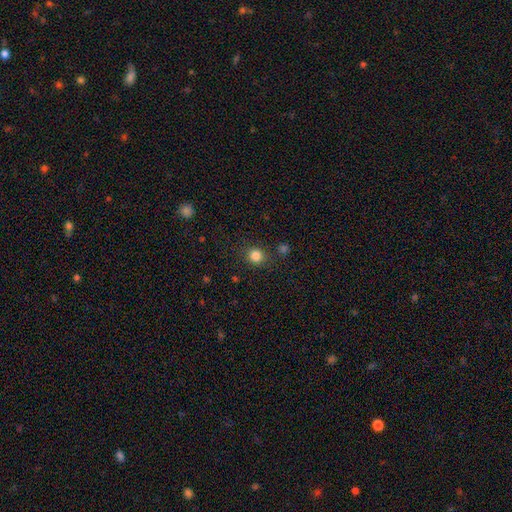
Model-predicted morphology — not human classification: The model was most divided on "smooth or featured": smooth: 83%, star or artifact: 13%, featured or disk: 4%. More confident: how rounded — round (87%); merging — none (85%).